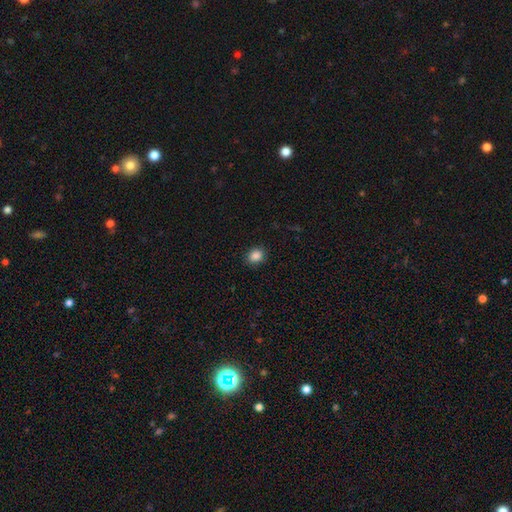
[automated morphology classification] type=smooth (87%); roundness=round (58%); merging=none (88%).